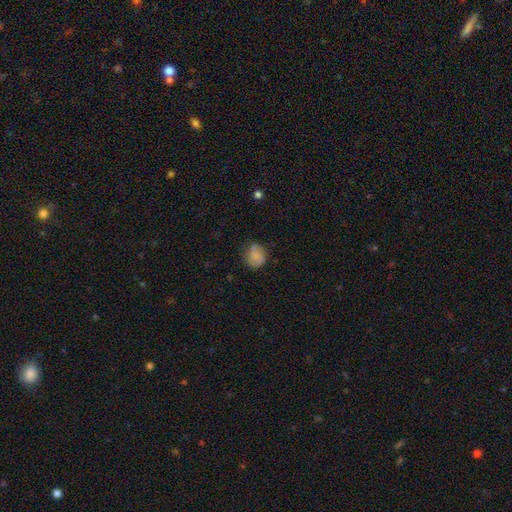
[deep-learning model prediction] Overall: smooth (67%). How rounded: round (66%; in between 33%). Merging: none (59%; minor disturbance 29%).